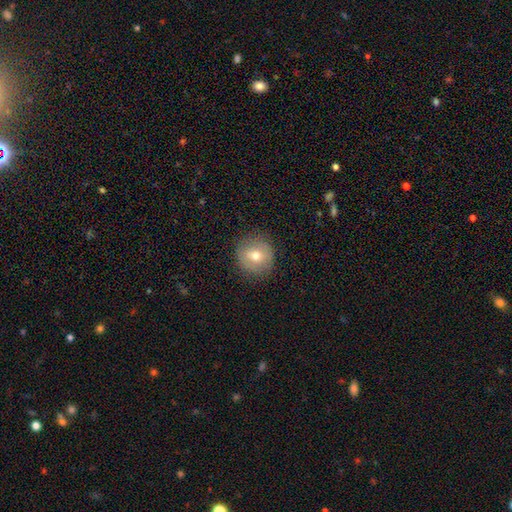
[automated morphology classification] Smooth or featured: smooth — 64% (featured or disk — 26%)
How rounded: round — 91% (in between — 8%)
Merging: none — 85% (minor disturbance — 10%)